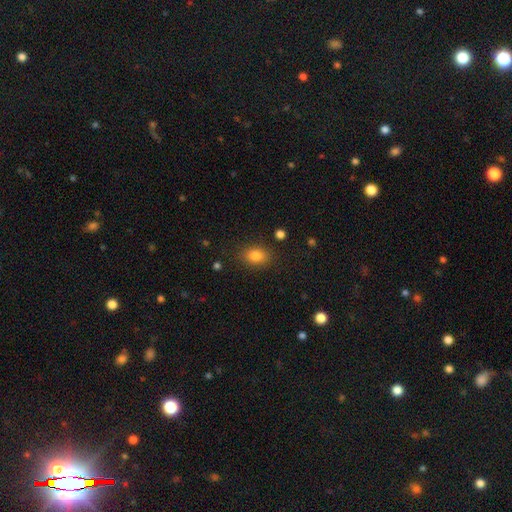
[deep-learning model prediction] Smooth or featured? smooth (84%)
How rounded? in between (73%)
Merging? none (83%)